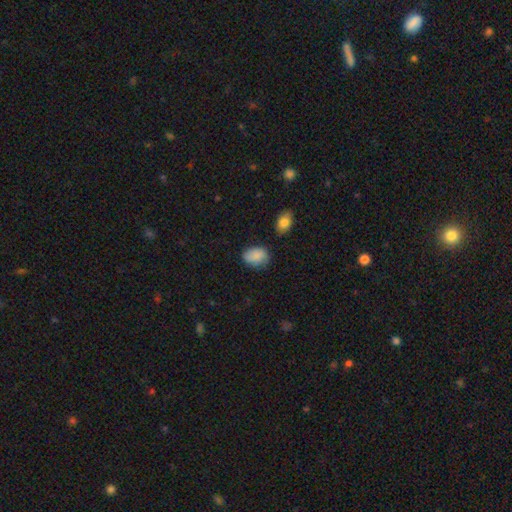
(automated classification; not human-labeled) smooth 85%, star or artifact 8%, featured or disk 7%. Down the decision tree: how rounded — in between (76%); merging — none (68%).